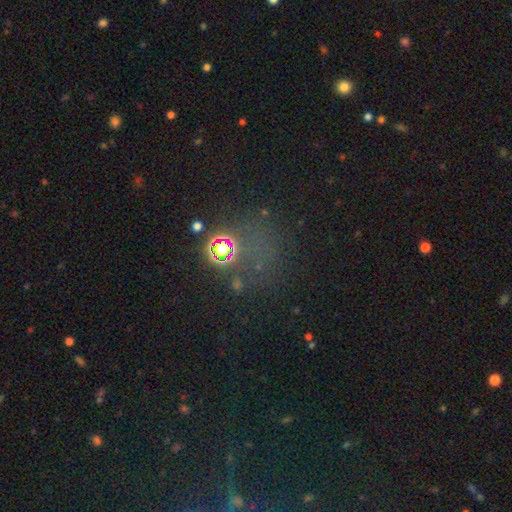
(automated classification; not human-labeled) This appears to be a star or artifact, not a galaxy (58%).